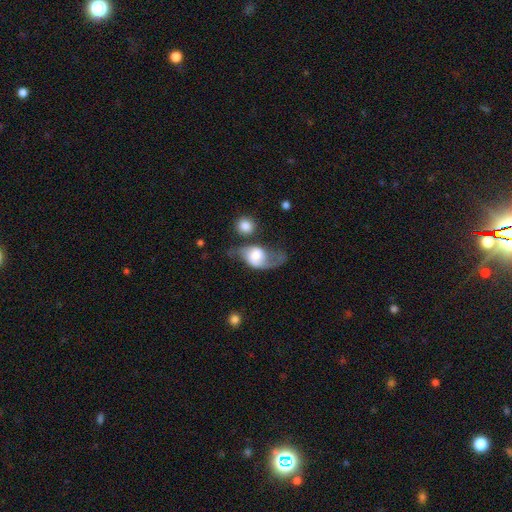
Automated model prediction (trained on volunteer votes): A featured or disk galaxy (66%) with no bar (53%), 2 (76%) loose (70%) spiral arms (87%) and a moderate central bulge (44%).

Vote fractions:
- Smooth or featured? featured or disk: 66% / smooth: 28% / star or artifact: 7%
- Edge-on disk? no: 96% / yes: 4%
- Bar? no: 53% / weak: 37% / strong: 10%
- Spiral arms? yes: 87% / no: 13%
- Spiral winding? loose: 70% / medium: 24% / tight: 6%
- Spiral arm count? 2: 76% / 1: 18% / can't tell: 4% / 3: 1% / 4: 1% / more than 4: 1%
- Bulge size? moderate: 44% / large: 29% / small: 18% / dominant: 5% / none: 4%
- Merging? none: 35% / major disturbance: 31% / minor disturbance: 22% / merger: 13%